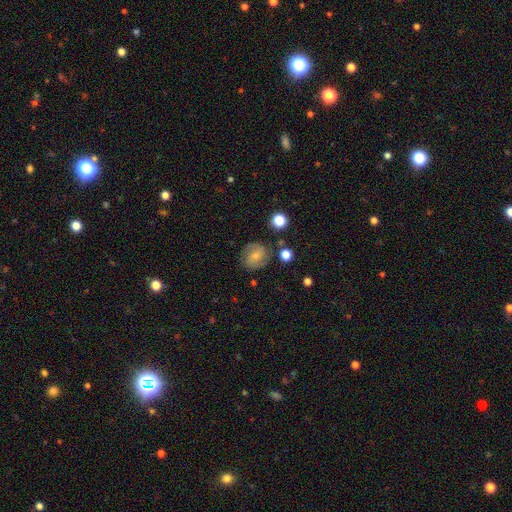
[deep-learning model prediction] smooth-or-featured: featured or disk: 51% | smooth: 40% | star or artifact: 9%
  disk-edge-on: no: 97% | yes: 3%
  merging: none: 79% | minor disturbance: 13% | major disturbance: 4% | merger: 3%